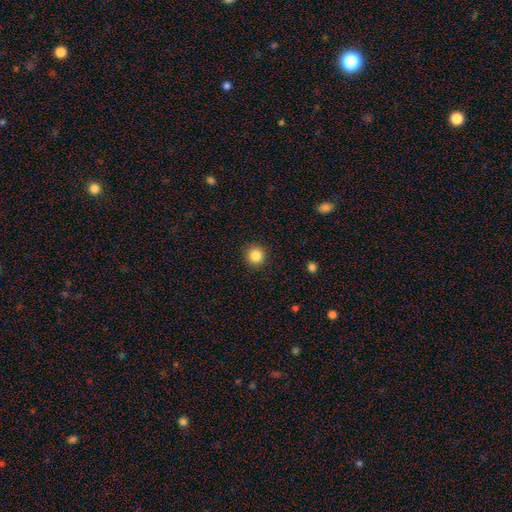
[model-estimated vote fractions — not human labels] Smooth or featured? smooth (85%)
How rounded? round (93%)
Merging? none (91%)